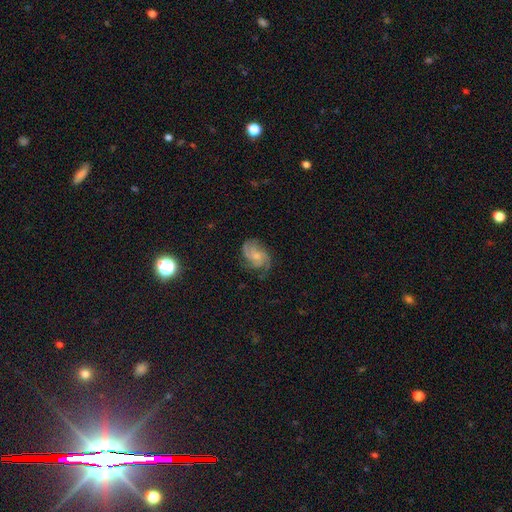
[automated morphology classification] Q: Smooth or featured?
A: featured or disk (76%); runner-up: smooth (17%)
Q: Edge-on disk?
A: no (98%); runner-up: yes (2%)
Q: Bar?
A: no (69%); runner-up: weak (27%)
Q: Spiral arms?
A: yes (95%); runner-up: no (5%)
Q: Spiral winding?
A: medium (48%); runner-up: tight (32%)
Q: Spiral arm count?
A: 3 (42%); runner-up: 2 (17%)
Q: Bulge size?
A: small (45%); runner-up: moderate (37%)
Q: Merging?
A: none (67%); runner-up: minor disturbance (20%)